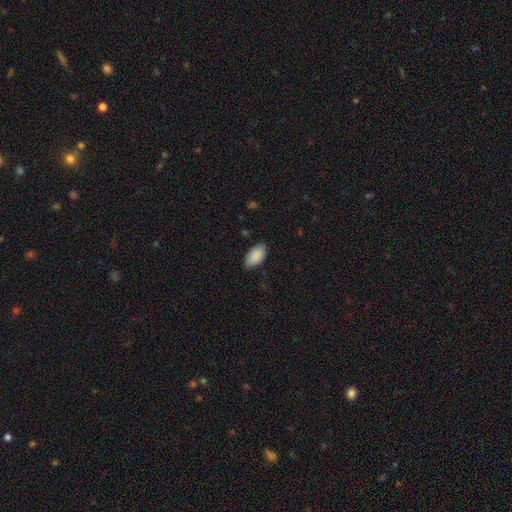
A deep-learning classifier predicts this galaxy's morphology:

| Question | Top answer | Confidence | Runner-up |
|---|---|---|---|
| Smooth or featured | smooth | 90% | star or artifact (6%) |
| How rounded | in between | 95% | round (3%) |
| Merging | none | 80% | minor disturbance (16%) |